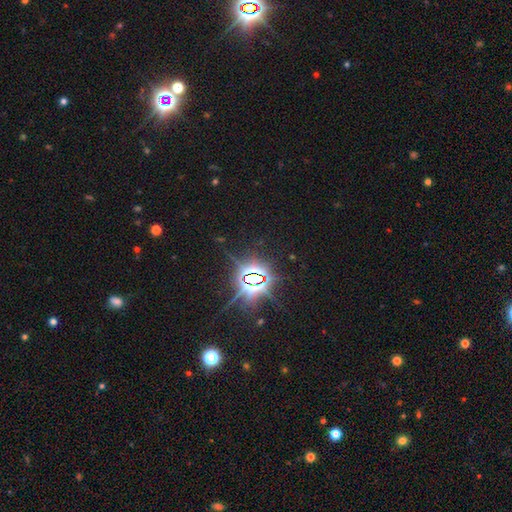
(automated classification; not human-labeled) Smooth or featured? star or artifact (84%)